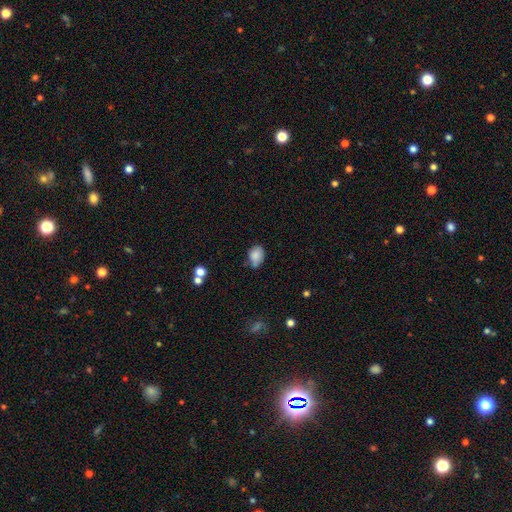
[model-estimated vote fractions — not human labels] Smooth or featured? Predicted: smooth (p=0.82). How rounded? Predicted: in between (p=0.59). Merging? Predicted: none (p=0.48).